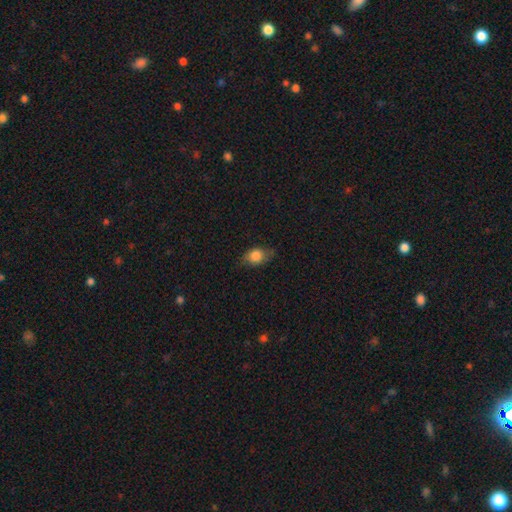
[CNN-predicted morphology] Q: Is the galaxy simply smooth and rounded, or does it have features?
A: smooth — 78%.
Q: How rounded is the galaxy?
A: in between — 68%.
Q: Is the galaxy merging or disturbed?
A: none — 69%.